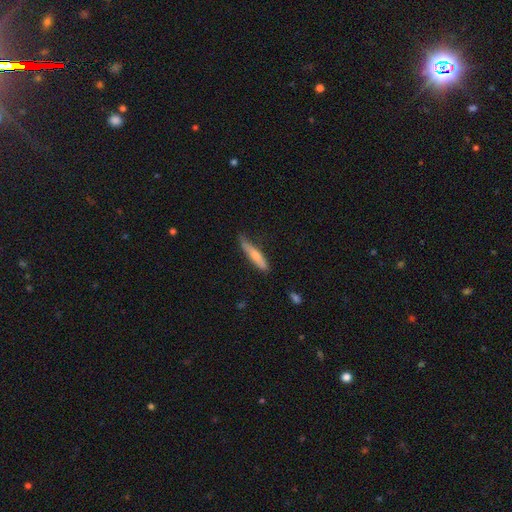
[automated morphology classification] type=smooth (57%); roundness=cigar-shaped (90%); merging=none (72%).